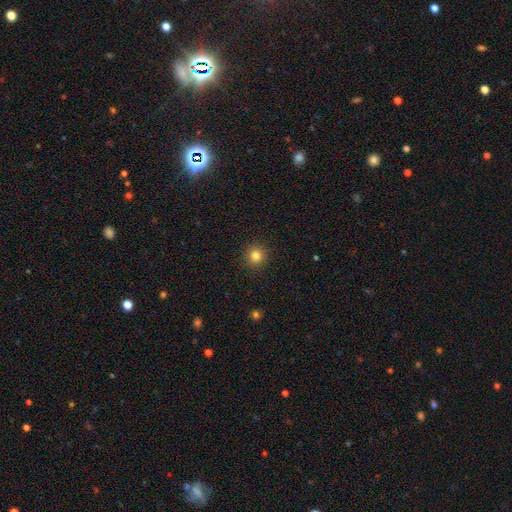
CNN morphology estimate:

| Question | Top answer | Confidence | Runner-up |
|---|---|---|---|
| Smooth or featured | smooth | 81% | star or artifact (13%) |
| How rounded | round | 94% | in between (5%) |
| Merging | none | 92% | minor disturbance (5%) |